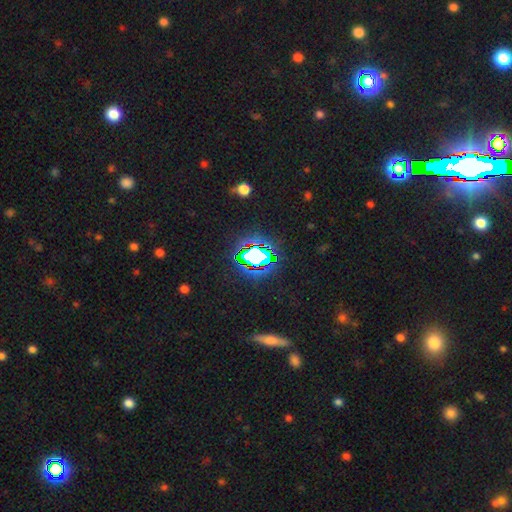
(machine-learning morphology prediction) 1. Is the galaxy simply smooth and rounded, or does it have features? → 67% star or artifact, 21% smooth, 12% featured or disk.